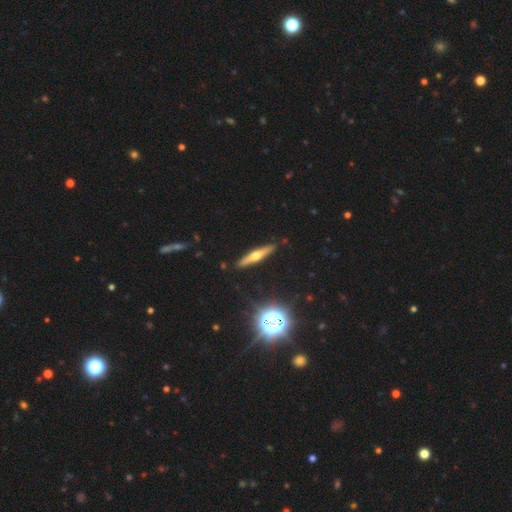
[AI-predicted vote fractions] The model was most divided on "smooth or featured": featured or disk: 61%, smooth: 30%, star or artifact: 9%. More confident: edge-on disk — yes (95%); edge-on bulge — rounded (91%); merging — none (90%).